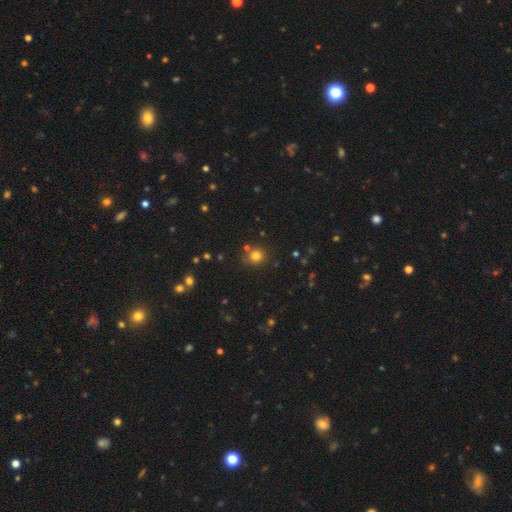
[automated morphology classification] Smooth or featured? smooth (78%)
How rounded? round (90%)
Merging? none (80%)